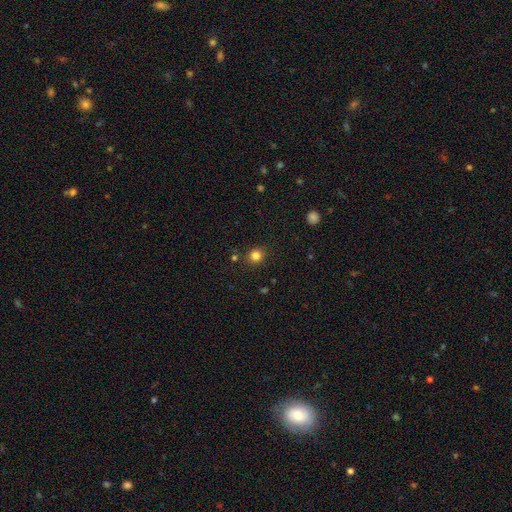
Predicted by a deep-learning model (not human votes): Smooth or featured?
  - smooth: 82% *
  - star or artifact: 13%
  - featured or disk: 5%
How rounded?
  - round: 87% *
  - in between: 12%
  - cigar-shaped: 1%
Merging?
  - none: 86% *
  - minor disturbance: 8%
  - merger: 3%
  - major disturbance: 3%